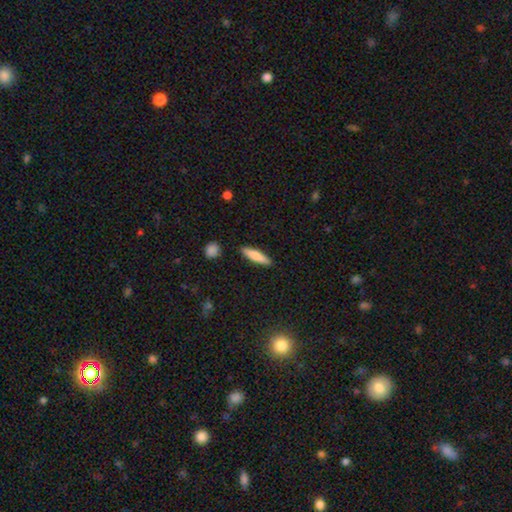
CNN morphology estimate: Smooth or featured?
  - smooth: 73% *
  - featured or disk: 20%
  - star or artifact: 6%
How rounded?
  - cigar-shaped: 79% *
  - in between: 19%
  - round: 2%
Merging?
  - none: 89% *
  - minor disturbance: 7%
  - major disturbance: 2%
  - merger: 2%